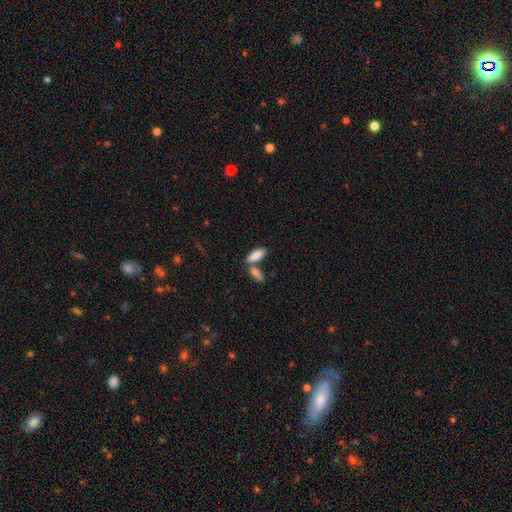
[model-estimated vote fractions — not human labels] Morphology: type=smooth (86%); roundness=in between (69%); merging=none (51%).